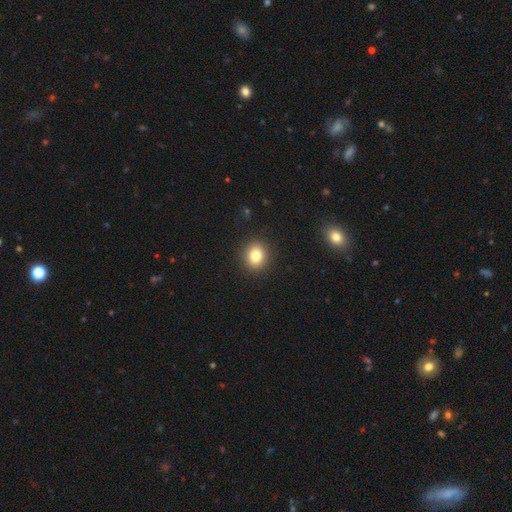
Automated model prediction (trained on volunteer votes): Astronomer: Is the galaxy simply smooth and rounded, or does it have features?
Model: smooth — 81%.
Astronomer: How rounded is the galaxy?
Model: round — 76%.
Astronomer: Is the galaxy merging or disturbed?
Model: none — 91%.